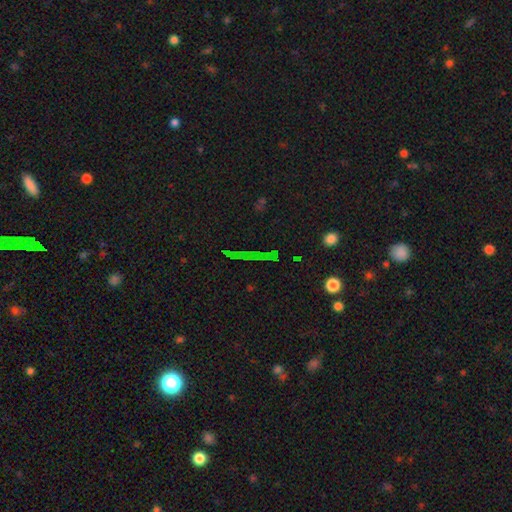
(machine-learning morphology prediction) smooth-or-featured: star or artifact: 58% | featured or disk: 22% | smooth: 20%